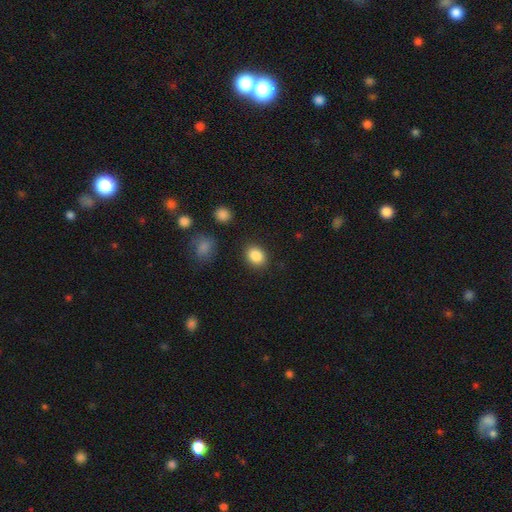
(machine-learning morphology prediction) smooth-or-featured: smooth: 87% | star or artifact: 9% | featured or disk: 4%
  how-rounded: in between: 54% | round: 45% | cigar-shaped: 1%
  merging: none: 87% | minor disturbance: 8% | major disturbance: 3% | merger: 2%